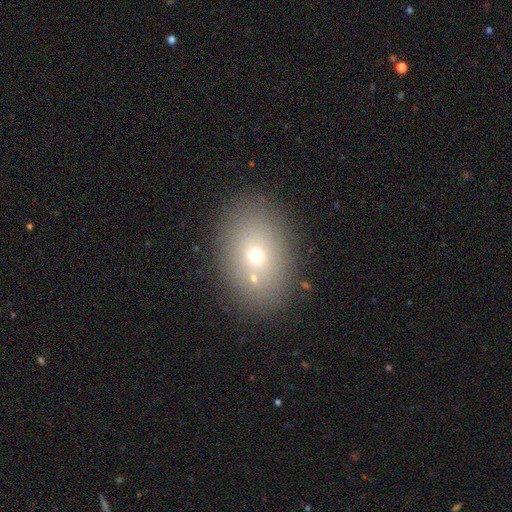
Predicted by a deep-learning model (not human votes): Morphology: type=smooth (65%); roundness=in between (75%); merging=none (78%).